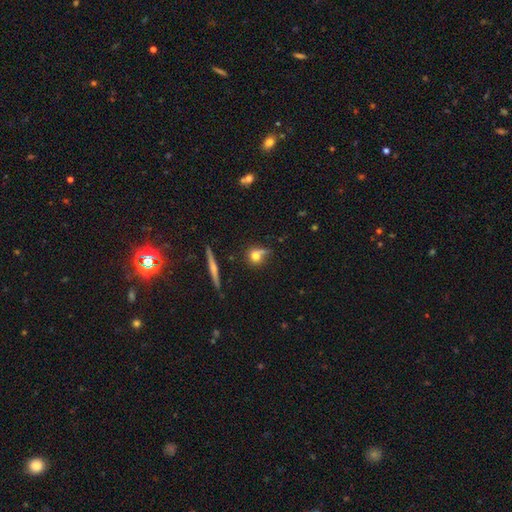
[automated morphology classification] type=smooth (69%); roundness=round (72%); merging=none (51%).